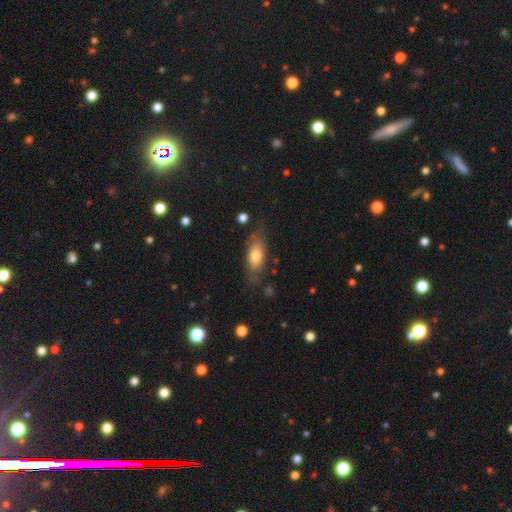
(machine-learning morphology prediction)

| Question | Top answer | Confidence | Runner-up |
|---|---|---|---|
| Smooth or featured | smooth | 70% | featured or disk (23%) |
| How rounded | in between | 77% | cigar-shaped (19%) |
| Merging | none | 68% | minor disturbance (22%) |